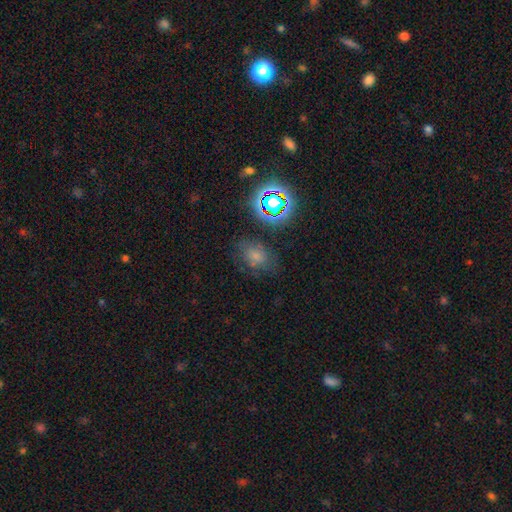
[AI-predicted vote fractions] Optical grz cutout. It shows a smooth galaxy with no disk features (64%) that is in between round and cigar-shaped (69%). Merging: none (67%).